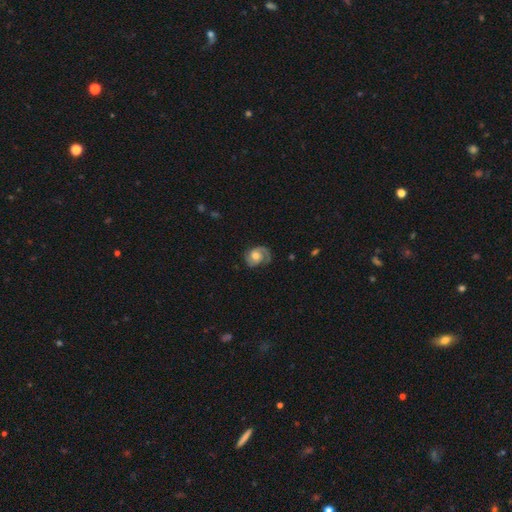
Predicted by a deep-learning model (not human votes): The model was most divided on "spiral winding": medium: 44%, tight: 41%, loose: 15%. More confident: edge-on disk — no (98%); spiral arms — yes (95%); smooth or featured — featured or disk (76%); spiral arm count — 2 (75%); merging — none (69%); bar — no (63%); bulge size — moderate (56%).